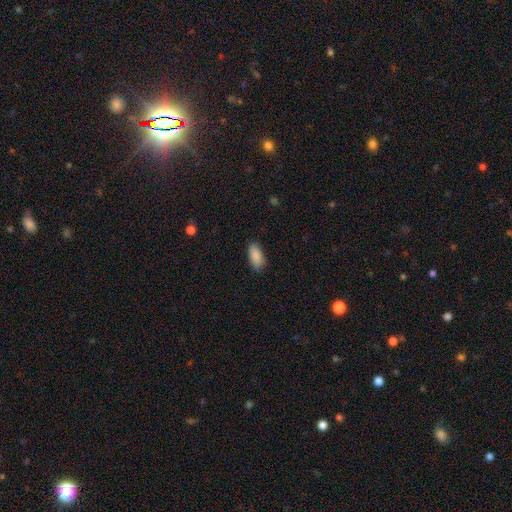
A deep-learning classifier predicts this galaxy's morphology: Overall: smooth (89%). How rounded: in between (89%). Merging: none (84%).